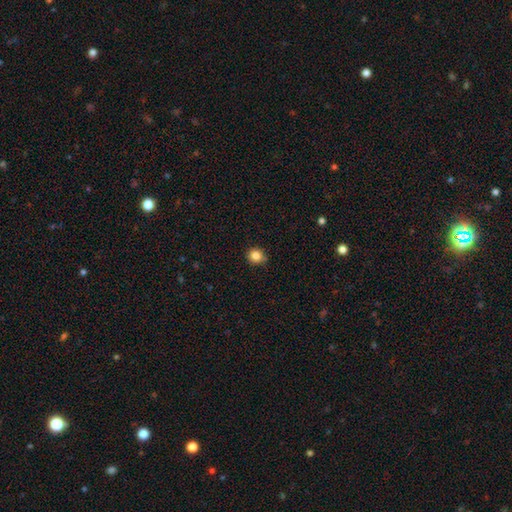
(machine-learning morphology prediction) Q: Smooth or featured?
A: smooth (84%); runner-up: star or artifact (11%)
Q: How rounded?
A: round (91%); runner-up: in between (8%)
Q: Merging?
A: none (82%); runner-up: minor disturbance (13%)